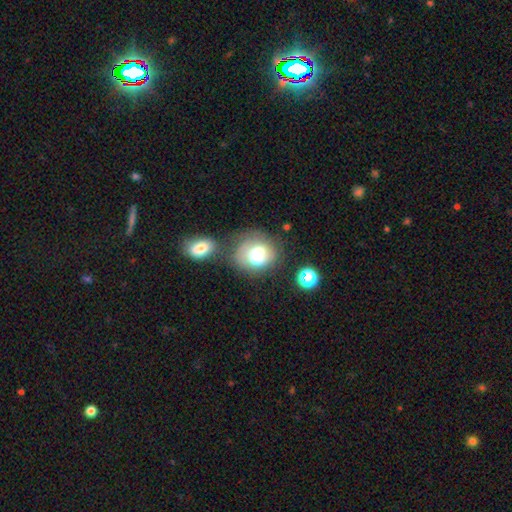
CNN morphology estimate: type=smooth (64%); roundness=round (59%); merging=none (38%).